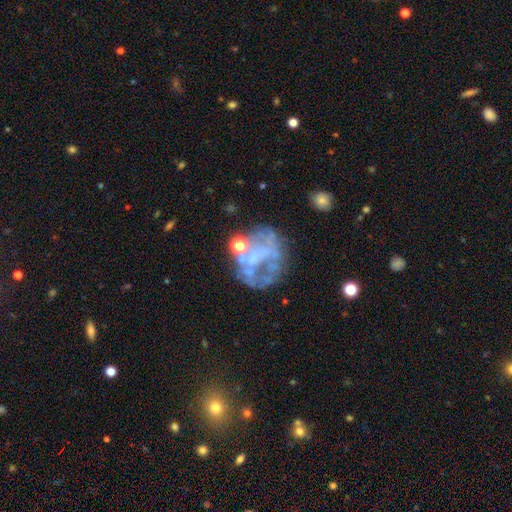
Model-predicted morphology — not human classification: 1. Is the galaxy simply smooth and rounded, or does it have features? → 63% featured or disk, 21% smooth, 16% star or artifact.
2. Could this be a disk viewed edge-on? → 98% no, 2% yes.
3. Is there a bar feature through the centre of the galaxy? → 83% no, 12% weak, 5% strong.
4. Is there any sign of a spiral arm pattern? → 81% no, 19% yes.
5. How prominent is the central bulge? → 67% none, 17% small, 12% moderate, 2% large, 1% dominant.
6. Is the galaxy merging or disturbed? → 49% none, 23% major disturbance, 19% minor disturbance, 9% merger.